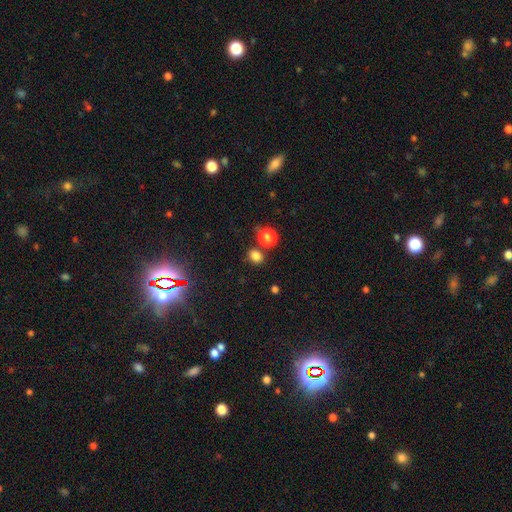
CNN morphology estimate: Smooth or featured: smooth — 80% (star or artifact — 15%)
How rounded: round — 64% (in between — 35%)
Merging: none — 73% (merger — 14%)